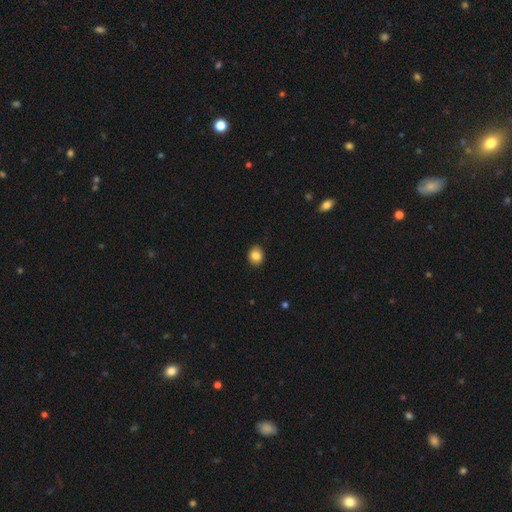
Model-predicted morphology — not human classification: The model was most divided on "how rounded": round: 64%, in between: 35%, cigar-shaped: 1%. More confident: merging — none (89%); smooth or featured — smooth (86%).